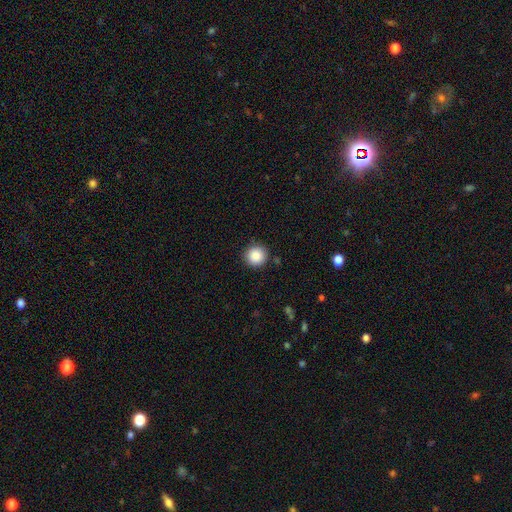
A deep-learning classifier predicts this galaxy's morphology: Smooth or featured: smooth — 88% (star or artifact — 9%)
How rounded: round — 95% (in between — 4%)
Merging: none — 89% (minor disturbance — 7%)